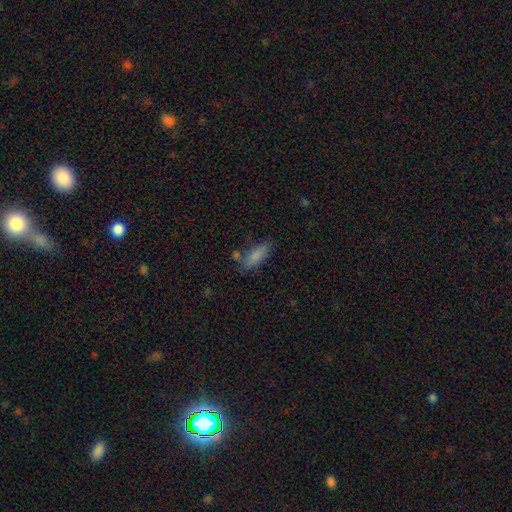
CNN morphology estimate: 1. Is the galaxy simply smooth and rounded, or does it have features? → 83% smooth, 9% featured or disk, 9% star or artifact.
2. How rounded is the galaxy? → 61% in between, 37% cigar-shaped, 2% round.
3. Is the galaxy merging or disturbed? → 65% none, 20% minor disturbance, 9% merger, 6% major disturbance.